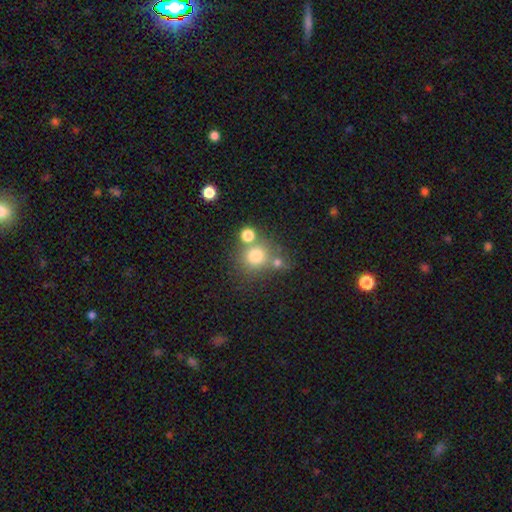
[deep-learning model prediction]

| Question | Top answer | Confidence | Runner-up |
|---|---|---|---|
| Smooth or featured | smooth | 74% | star or artifact (15%) |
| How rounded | round | 88% | in between (11%) |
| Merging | none | 61% | merger (25%) |